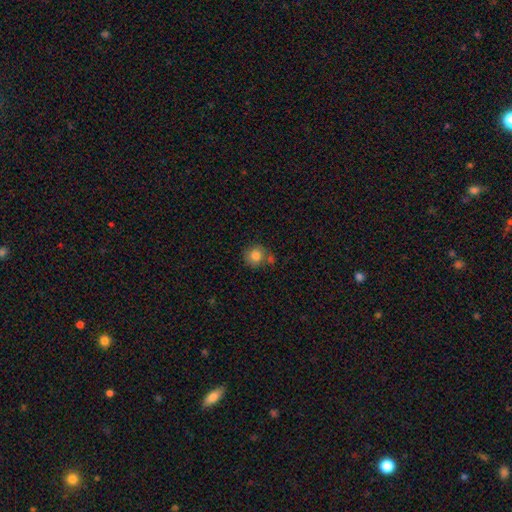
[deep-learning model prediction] Overall: smooth (82%). How rounded: round (87%). Merging: none (63%).